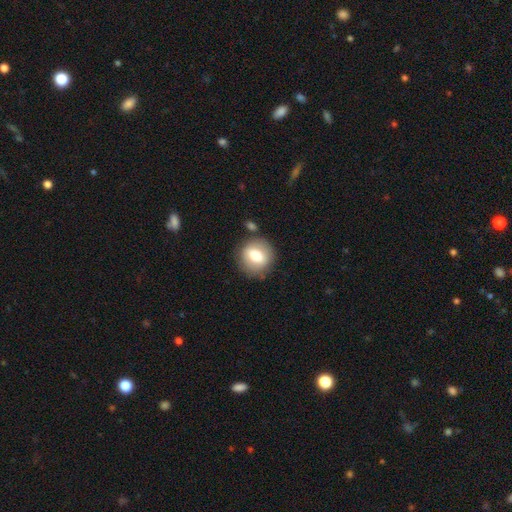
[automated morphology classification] smooth 71%, featured or disk 21%, star or artifact 8%. Down the decision tree: how rounded — round (83%); merging — none (80%).